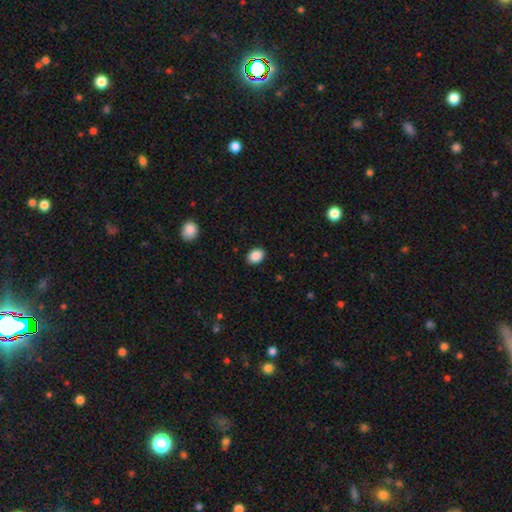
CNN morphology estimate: A smooth galaxy with no disk features (88%) that is in between round and cigar-shaped (69%). Merging: none (89%).